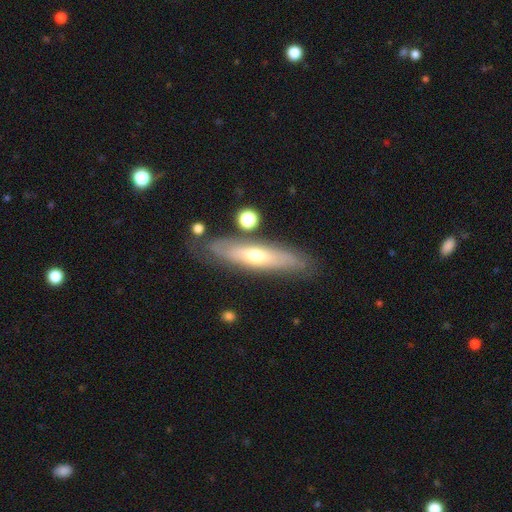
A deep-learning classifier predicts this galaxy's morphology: smooth_or_featured: featured or disk (p=0.54) [alt: smooth p=0.39]
disk_edge_on: yes (p=0.60) [alt: no p=0.40]
merging: none (p=0.77) [alt: minor disturbance p=0.15]